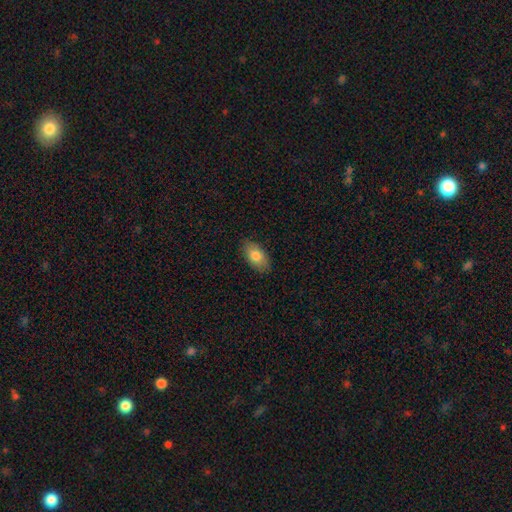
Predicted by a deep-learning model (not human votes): Q: Smooth or featured?
A: smooth (80%); runner-up: featured or disk (13%)
Q: How rounded?
A: in between (93%); runner-up: round (5%)
Q: Merging?
A: none (87%); runner-up: minor disturbance (10%)